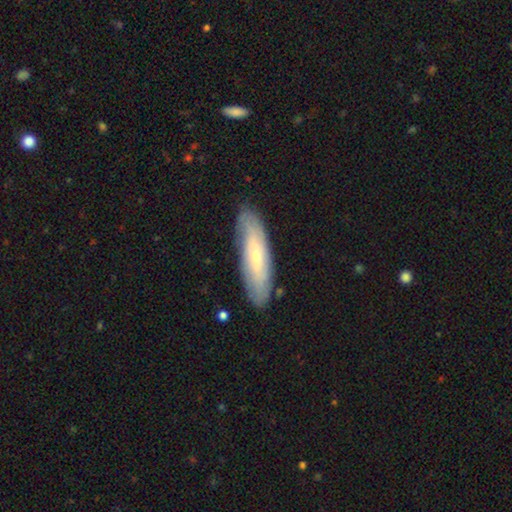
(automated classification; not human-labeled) This appears to be a featured or disk galaxy (53%). Merging: none (82%).